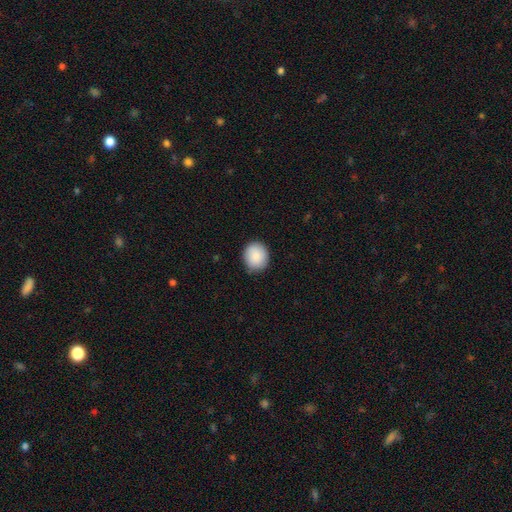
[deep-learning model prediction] The model was most divided on "how rounded": round: 78%, in between: 21%, cigar-shaped: 1%. More confident: smooth or featured — smooth (89%); merging — none (85%).